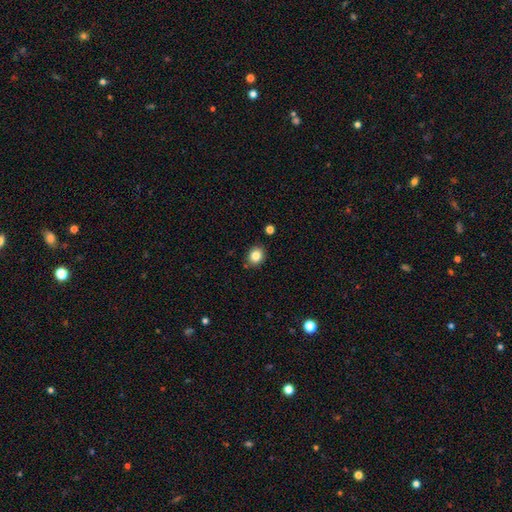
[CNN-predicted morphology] This is clearly a smooth galaxy (84%). How rounded: likely round (64%). Merging: clearly none (85%).